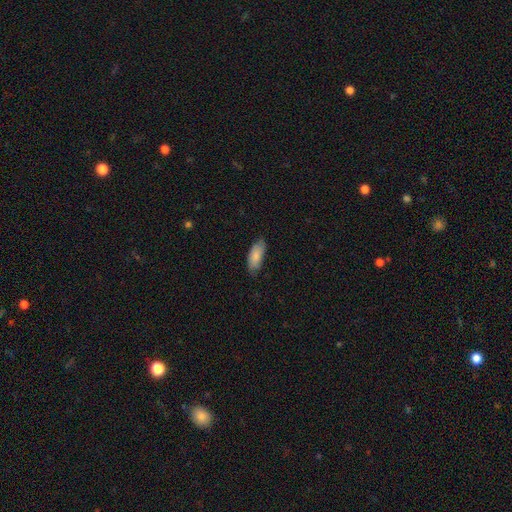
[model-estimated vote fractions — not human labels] The model was most divided on "merging": none: 73%, minor disturbance: 22%, major disturbance: 4%, merger: 1%. More confident: how rounded — in between (83%); smooth or featured — smooth (79%).